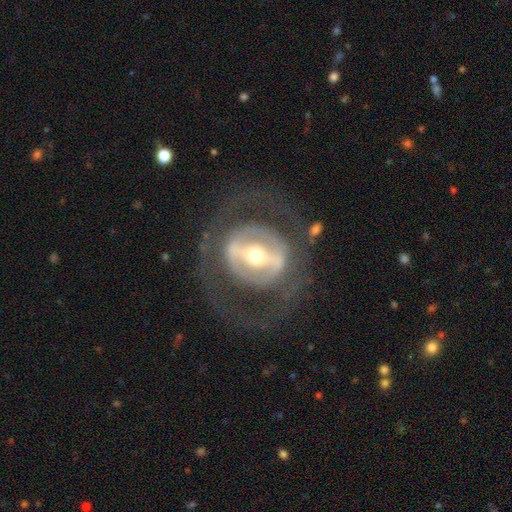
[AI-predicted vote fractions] The model was most divided on "bar": strong: 55%, weak: 26%, no: 18%. More confident: edge-on disk — no (92%); smooth or featured — featured or disk (77%); merging — none (72%); spiral arms — no (68%); bulge size — moderate (60%).